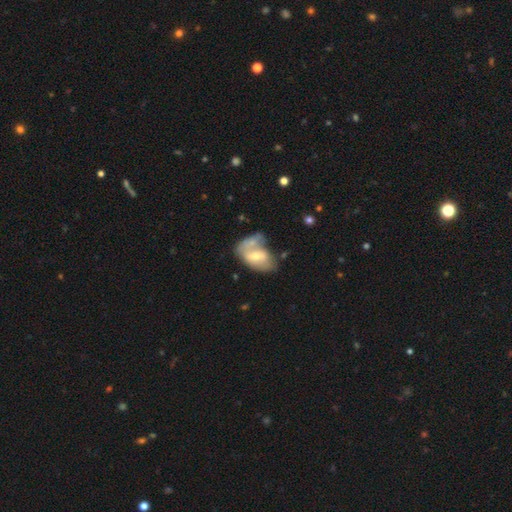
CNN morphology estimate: This is possibly a featured or disk galaxy (49%). Merging: possibly merger (46%).